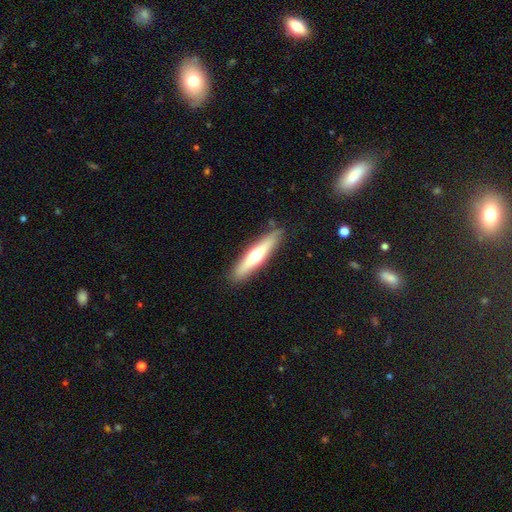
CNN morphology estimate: type=smooth (49%); merging=none (87%).